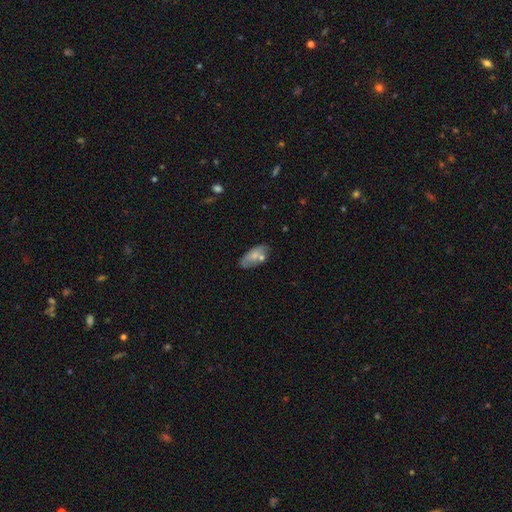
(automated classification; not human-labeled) Smooth or featured? smooth (73%)
How rounded? in between (87%)
Merging? none (65%)